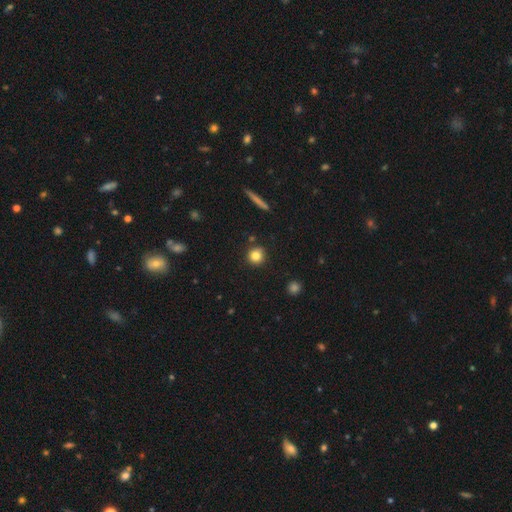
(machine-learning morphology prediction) Smooth or featured? smooth (81%)
How rounded? round (92%)
Merging? none (86%)